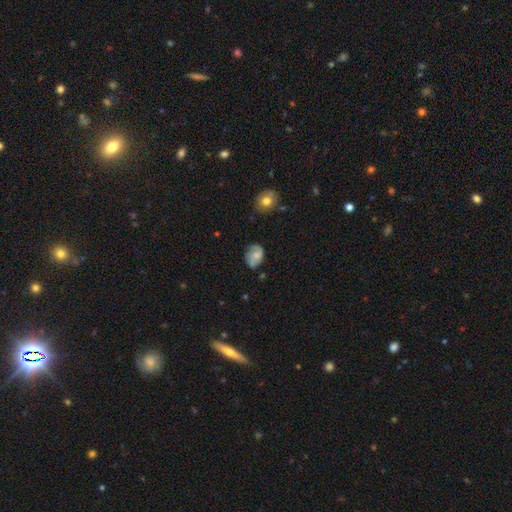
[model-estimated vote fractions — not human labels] Smooth or featured? Predicted: smooth (p=0.59). How rounded? Predicted: in between (p=0.69). Merging? Predicted: none (p=0.58).